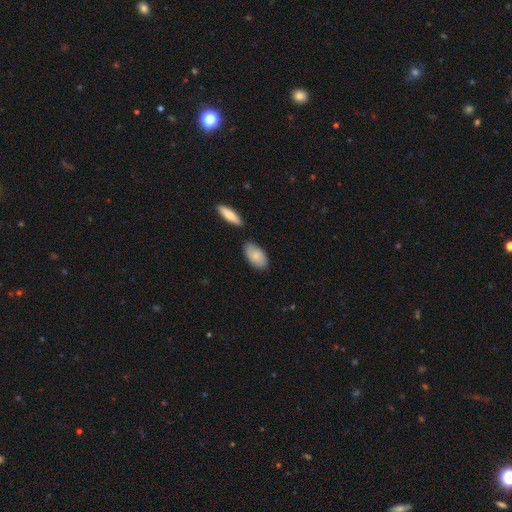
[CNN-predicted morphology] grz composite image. It shows a smooth galaxy with no disk features (77%) that is in between round and cigar-shaped (93%). Merging: none (73%).